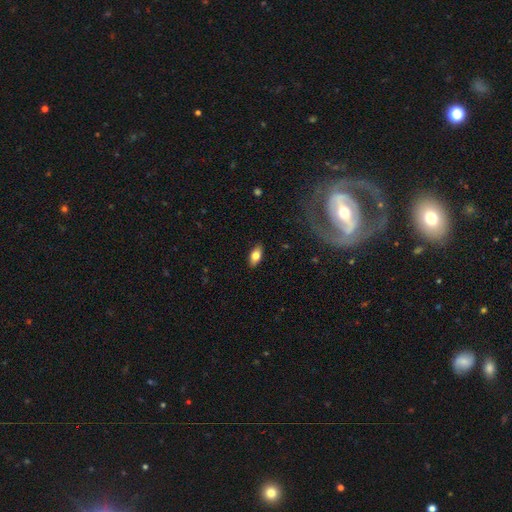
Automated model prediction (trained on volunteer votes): This is likely a smooth galaxy (74%). How rounded: clearly in between (88%). Merging: clearly none (88%).